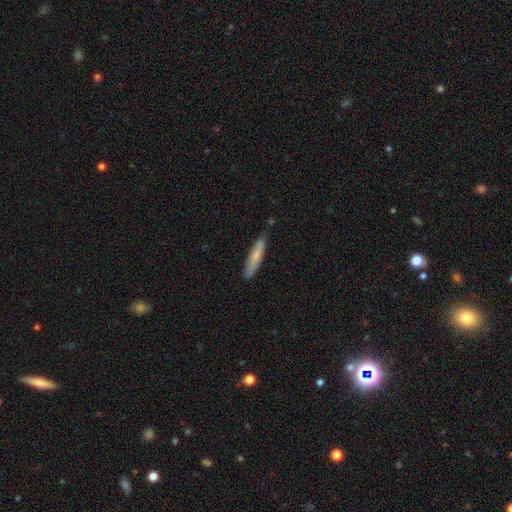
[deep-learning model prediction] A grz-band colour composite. It shows a smooth galaxy with no disk features (68%) that is cigar-shaped (87%). Merging: none (83%).